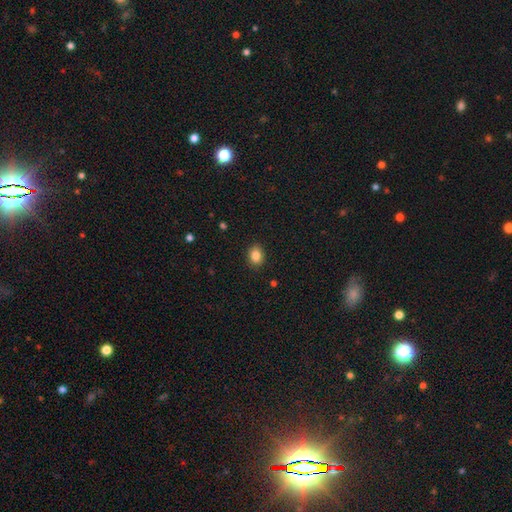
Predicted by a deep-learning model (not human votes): Morphology: type=smooth (85%); roundness=round (50%, tied with in between); merging=none (88%).